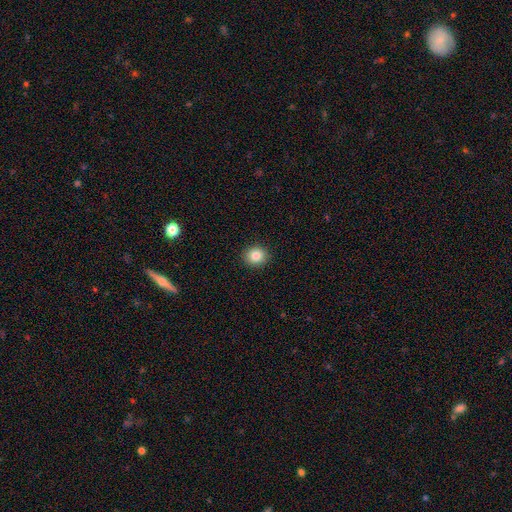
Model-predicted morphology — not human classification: This is clearly a smooth galaxy (85%). How rounded: clearly round (85%). Merging: clearly none (92%).